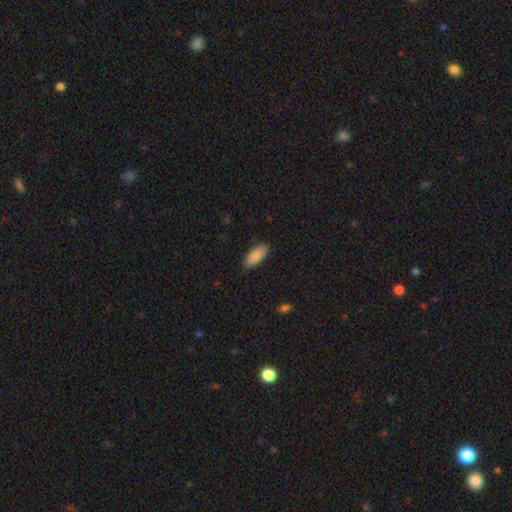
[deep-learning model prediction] Smooth or featured: smooth — 89% (star or artifact — 6%)
How rounded: in between — 85% (cigar-shaped — 13%)
Merging: none — 85% (minor disturbance — 12%)